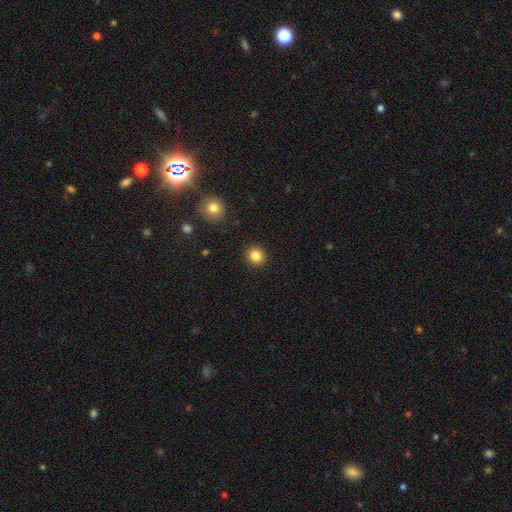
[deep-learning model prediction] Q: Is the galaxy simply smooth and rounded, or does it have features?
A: smooth — 84%.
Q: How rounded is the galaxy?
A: round — 88%.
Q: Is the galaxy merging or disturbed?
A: none — 92%.